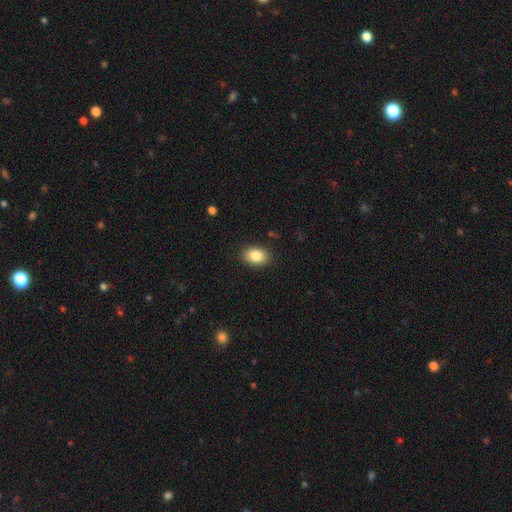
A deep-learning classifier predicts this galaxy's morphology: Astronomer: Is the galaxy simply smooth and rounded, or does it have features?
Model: smooth — 86%.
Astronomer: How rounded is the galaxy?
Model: in between — 80%.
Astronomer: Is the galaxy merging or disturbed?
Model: none — 89%.